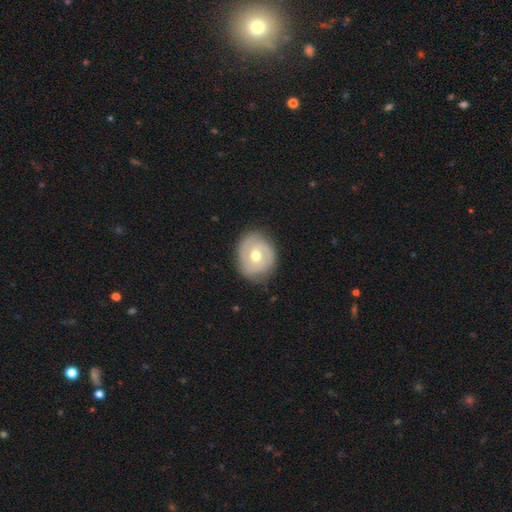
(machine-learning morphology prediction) A featured or disk galaxy (63%) with no bar (67%), spiral arms (73%) and a moderate central bulge (74%). Merging: none (77%).